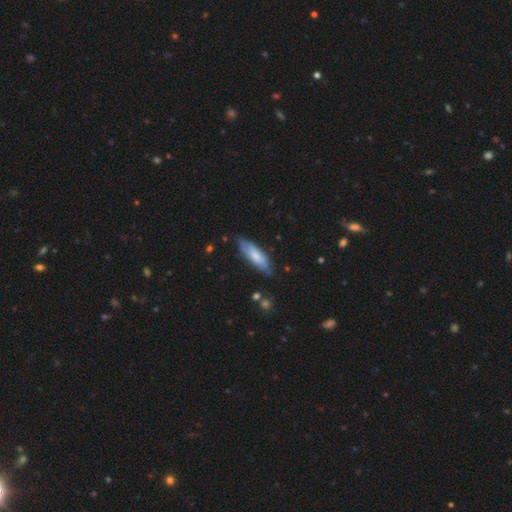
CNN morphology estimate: Overall: smooth (72%). How rounded: in between (51%; cigar-shaped 47%). Merging: none (76%).